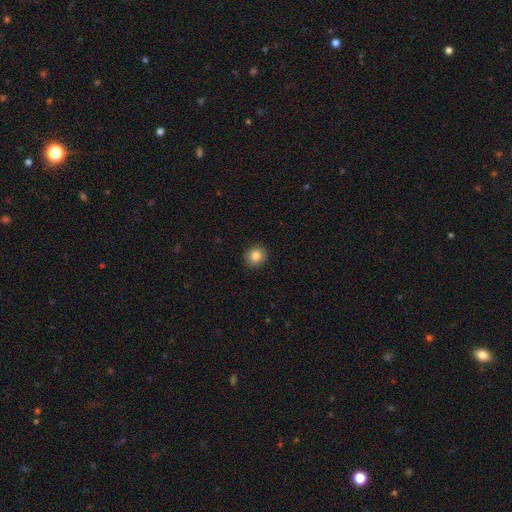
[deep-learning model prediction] Smooth or featured?
  - smooth: 85% *
  - star or artifact: 10%
  - featured or disk: 6%
How rounded?
  - round: 84% *
  - in between: 15%
  - cigar-shaped: 1%
Merging?
  - none: 91% *
  - minor disturbance: 6%
  - major disturbance: 2%
  - merger: 1%